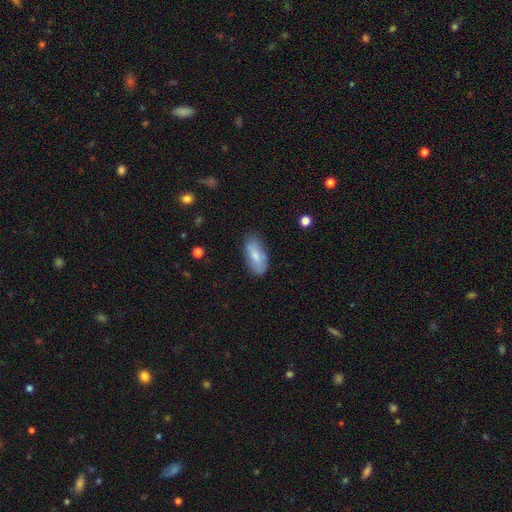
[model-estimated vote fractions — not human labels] Overall: smooth (75%). How rounded: in between (89%). Merging: none (70%).